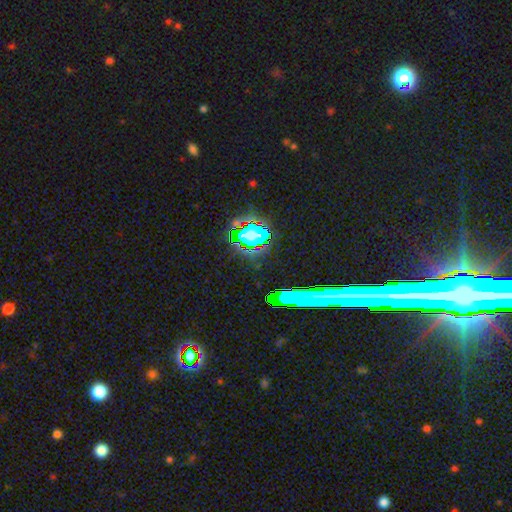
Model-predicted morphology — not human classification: Smooth or featured?
  - star or artifact: 72% *
  - smooth: 14%
  - featured or disk: 14%